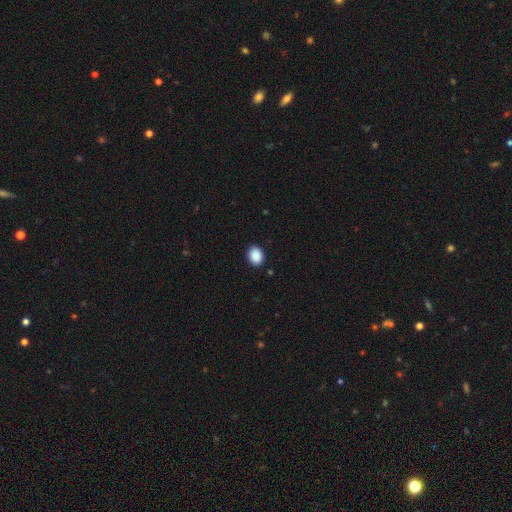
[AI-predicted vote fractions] Overall: smooth (90%). How rounded: in between (60%; round 39%). Merging: none (90%).